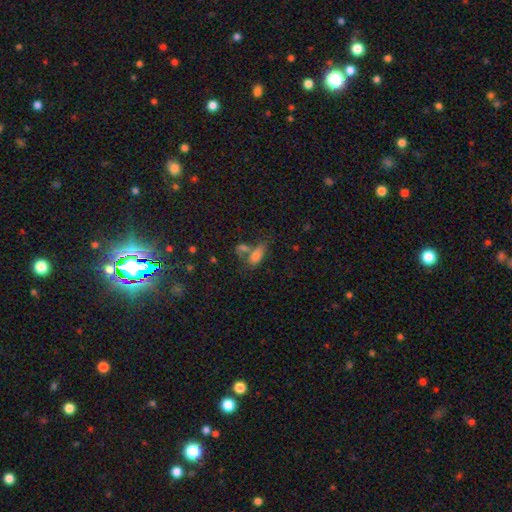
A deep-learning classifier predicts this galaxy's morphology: The model was most divided on "merging": merger: 42%, none: 33%, minor disturbance: 14%, major disturbance: 11%. More confident: how rounded — in between (78%); smooth or featured — smooth (71%).